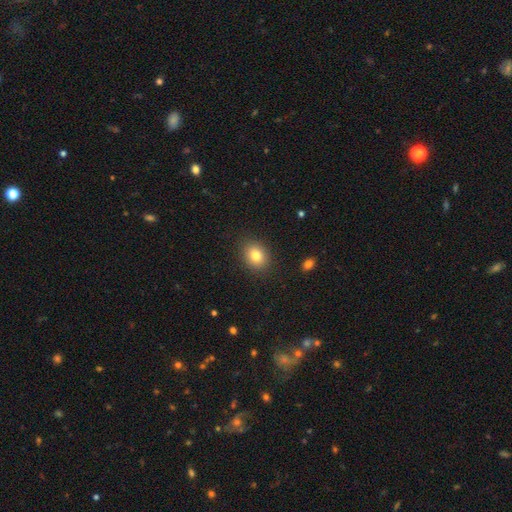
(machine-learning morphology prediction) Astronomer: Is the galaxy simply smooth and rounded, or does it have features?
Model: smooth — 81%.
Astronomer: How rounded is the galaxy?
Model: round — 50% (runner-up: in between, 49%).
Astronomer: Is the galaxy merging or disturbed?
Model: none — 88%.